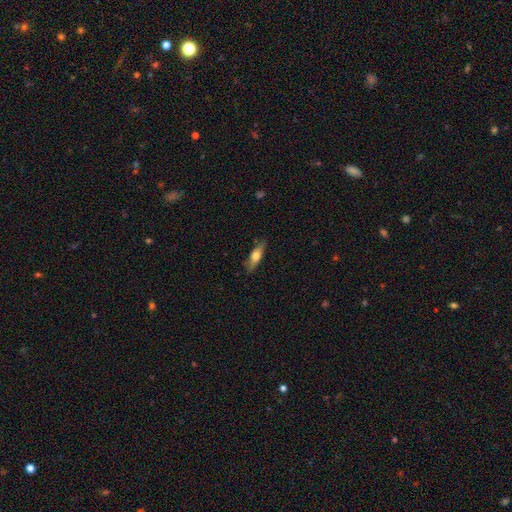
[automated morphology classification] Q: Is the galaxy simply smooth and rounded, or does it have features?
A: smooth — 56%.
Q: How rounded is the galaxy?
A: cigar-shaped — 53%.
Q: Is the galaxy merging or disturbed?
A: none — 83%.